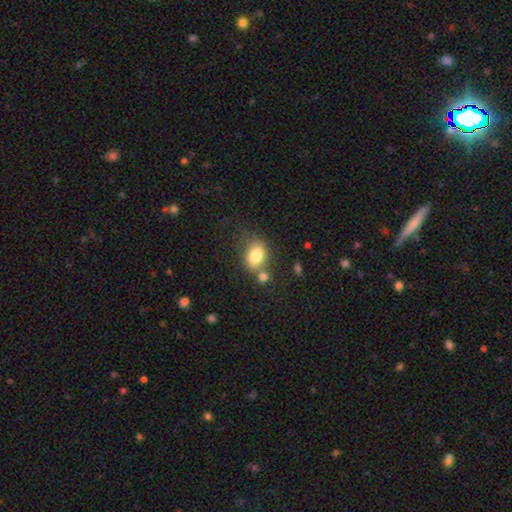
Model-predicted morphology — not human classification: This is likely a smooth galaxy (80%). How rounded: likely in between (70%). Merging: possibly none (51%).